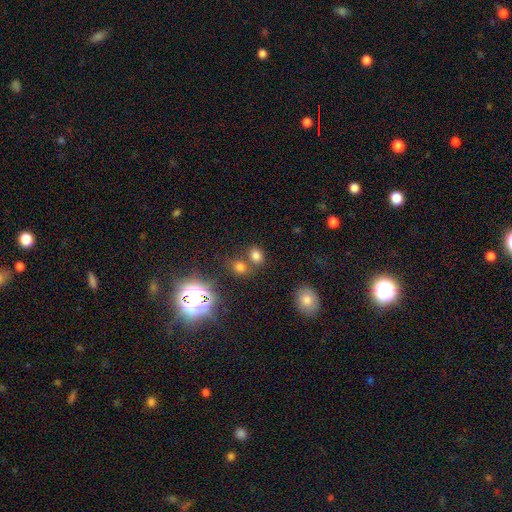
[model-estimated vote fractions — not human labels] A smooth galaxy with no disk features (72%) that is round (49%, tied with in between). Merging: none (61%).